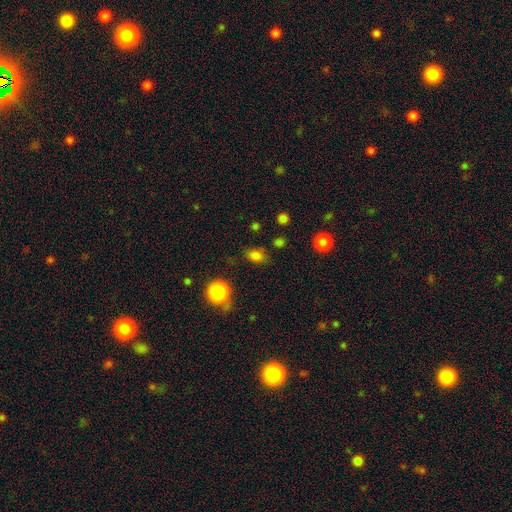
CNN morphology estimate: A smooth galaxy with no disk features (78%) that is in between round and cigar-shaped (65%). Merging: none (76%).